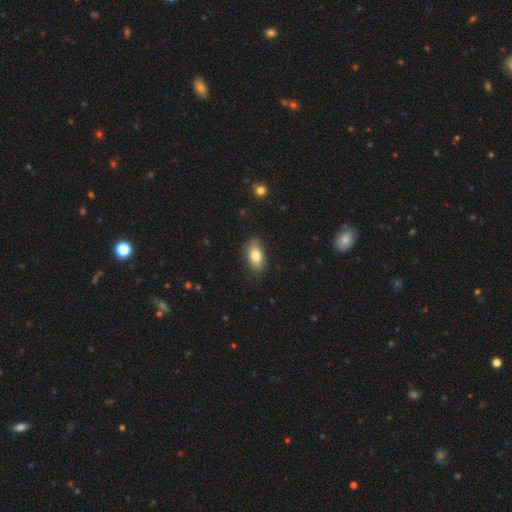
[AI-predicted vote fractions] smooth-or-featured: smooth: 81% | featured or disk: 12% | star or artifact: 7%
  how-rounded: in between: 90% | cigar-shaped: 5% | round: 5%
  merging: none: 85% | minor disturbance: 11% | major disturbance: 2% | merger: 1%